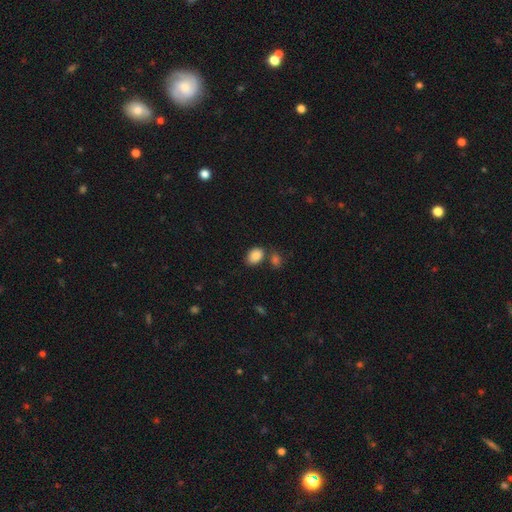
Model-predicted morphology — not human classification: Smooth or featured?
  - smooth: 87% *
  - star or artifact: 8%
  - featured or disk: 5%
How rounded?
  - in between: 81% *
  - round: 18%
  - cigar-shaped: 1%
Merging?
  - none: 62% *
  - merger: 18%
  - minor disturbance: 15%
  - major disturbance: 4%